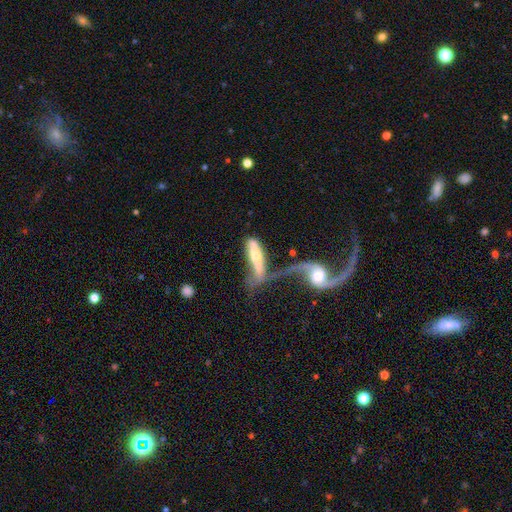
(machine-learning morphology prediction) This is possibly a featured or disk galaxy (51%). It is possibly viewed edge-on (51%). Merging: possibly merger (59%).